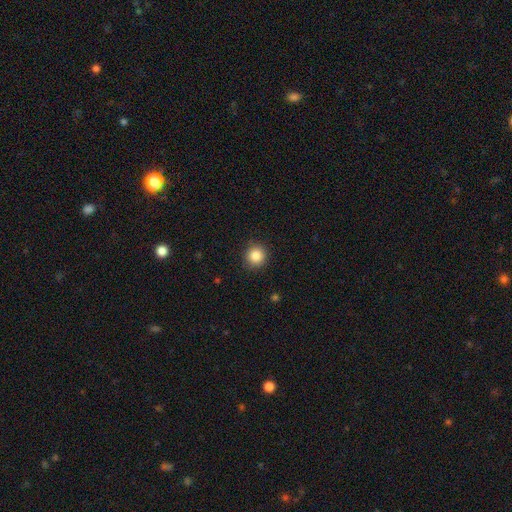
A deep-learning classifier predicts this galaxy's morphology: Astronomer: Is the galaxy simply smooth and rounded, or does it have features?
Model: smooth — 86%.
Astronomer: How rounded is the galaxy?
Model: round — 94%.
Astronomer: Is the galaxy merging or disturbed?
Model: none — 91%.